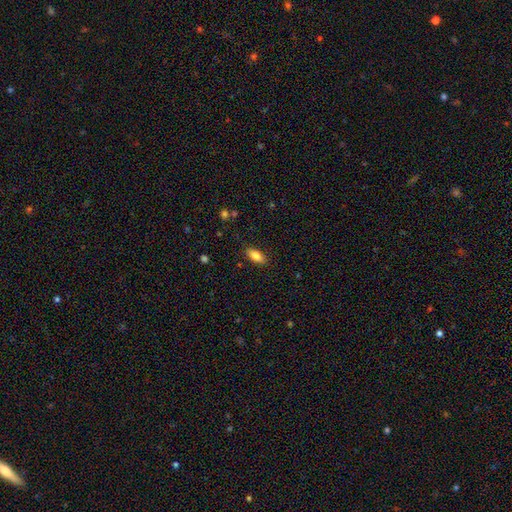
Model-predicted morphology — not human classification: Overall: smooth (84%). How rounded: in between (85%). Merging: none (86%).